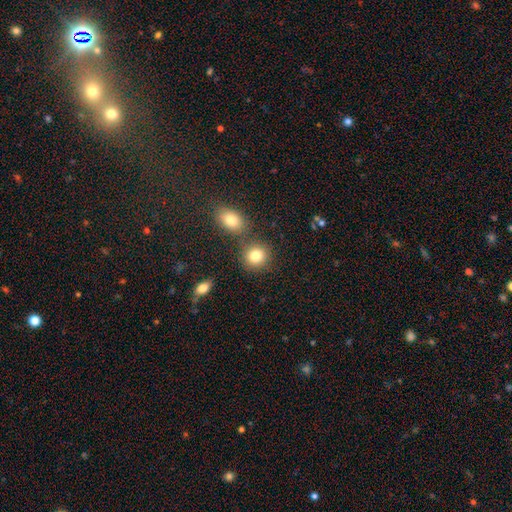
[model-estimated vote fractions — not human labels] smooth_or_featured: smooth (p=0.82) [alt: star or artifact p=0.11]
how_rounded: round (p=0.83) [alt: in between p=0.16]
merging: none (p=0.73) [alt: merger p=0.15]